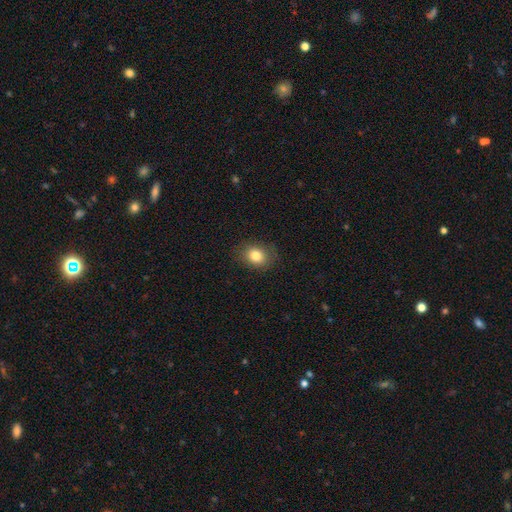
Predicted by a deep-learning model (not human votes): A smooth galaxy with no disk features (82%) that is in between round and cigar-shaped (50%).

Vote fractions:
- Smooth or featured? smooth: 82% / star or artifact: 10% / featured or disk: 8%
- How rounded? in between: 50% / round: 49% / cigar-shaped: 1%
- Merging? none: 84% / minor disturbance: 12% / major disturbance: 3% / merger: 1%